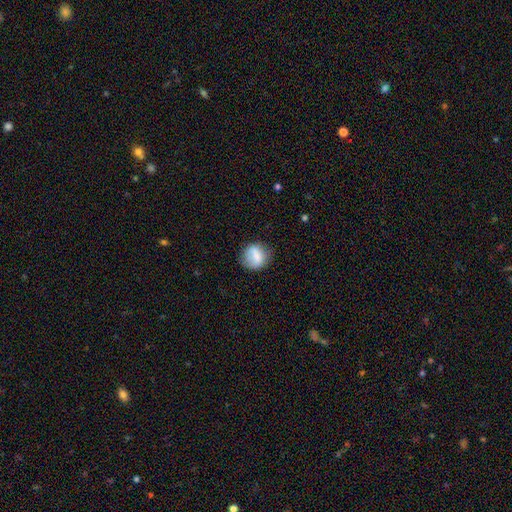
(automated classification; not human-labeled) A smooth galaxy with no disk features (74%) that is round (78%).

Vote fractions:
- Smooth or featured? smooth: 74% / featured or disk: 19% / star or artifact: 8%
- How rounded? round: 78% / in between: 21% / cigar-shaped: 1%
- Merging? none: 76% / minor disturbance: 17% / major disturbance: 5% / merger: 2%